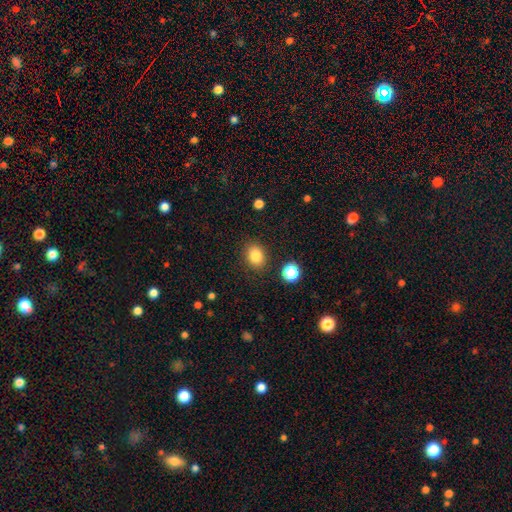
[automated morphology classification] smooth 83%, star or artifact 11%, featured or disk 6%. Down the decision tree: how rounded — in between (51%); merging — none (86%).